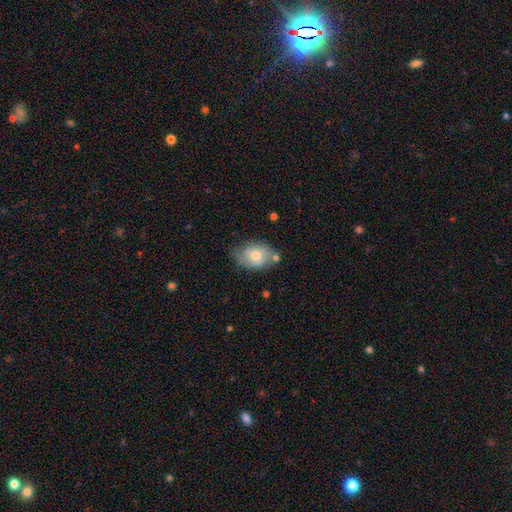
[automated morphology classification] The model was most divided on "smooth or featured": smooth: 54%, featured or disk: 39%, star or artifact: 7%. More confident: how rounded — in between (82%); merging — none (64%).